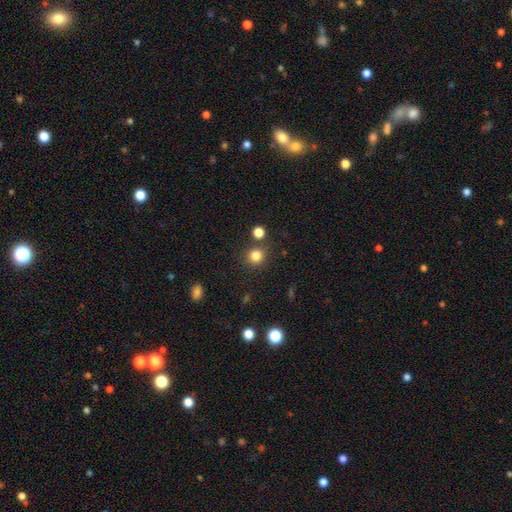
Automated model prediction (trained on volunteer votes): A smooth galaxy with no disk features (82%) that is round (90%).

Vote fractions:
- Smooth or featured? smooth: 82% / star or artifact: 13% / featured or disk: 5%
- How rounded? round: 90% / in between: 9% / cigar-shaped: 1%
- Merging? none: 81% / merger: 8% / minor disturbance: 8% / major disturbance: 3%